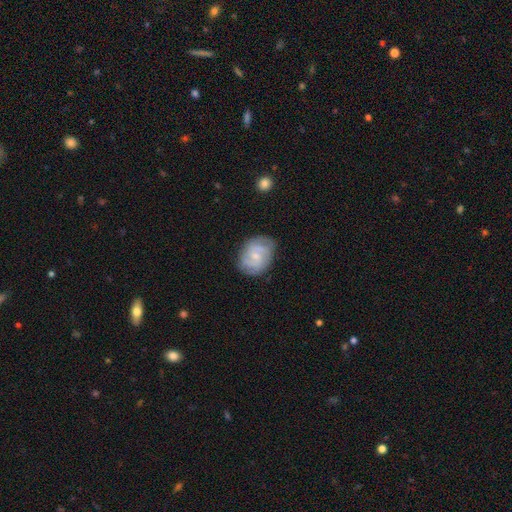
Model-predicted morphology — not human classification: The model was most divided on "spiral winding": tight: 45%, medium: 42%, loose: 13%. Remaining: edge-on disk — no (98%); spiral arms — yes (92%); merging — none (74%); smooth or featured — featured or disk (70%); bulge size — small (63%); bar — weak (48%); spiral arm count — 2 (43%).